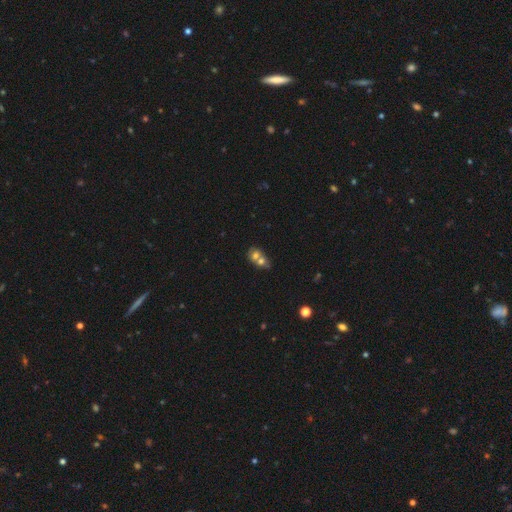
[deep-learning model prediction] smooth-or-featured: smooth: 62% | featured or disk: 26% | star or artifact: 12%
  how-rounded: round: 51% | in between: 48% | cigar-shaped: 2%
  merging: merger: 71% | none: 19% | minor disturbance: 6% | major disturbance: 4%